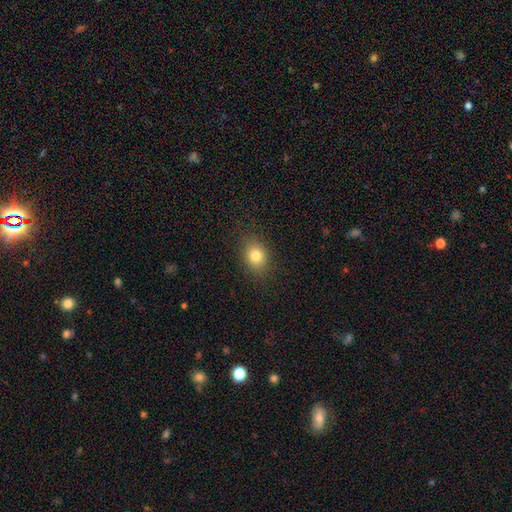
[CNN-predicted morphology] Smooth or featured?
  - smooth: 81% *
  - star or artifact: 11%
  - featured or disk: 8%
How rounded?
  - in between: 57% *
  - round: 41%
  - cigar-shaped: 1%
Merging?
  - none: 87% *
  - minor disturbance: 9%
  - major disturbance: 3%
  - merger: 1%